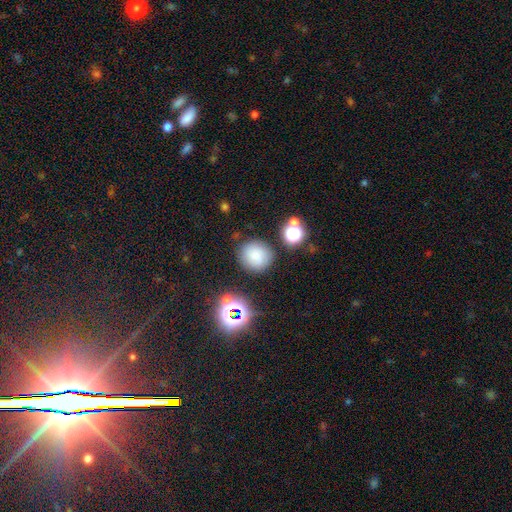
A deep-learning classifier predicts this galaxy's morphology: The model was most divided on "smooth or featured": smooth: 73%, star or artifact: 16%, featured or disk: 12%. More confident: how rounded — round (90%); merging — none (80%).